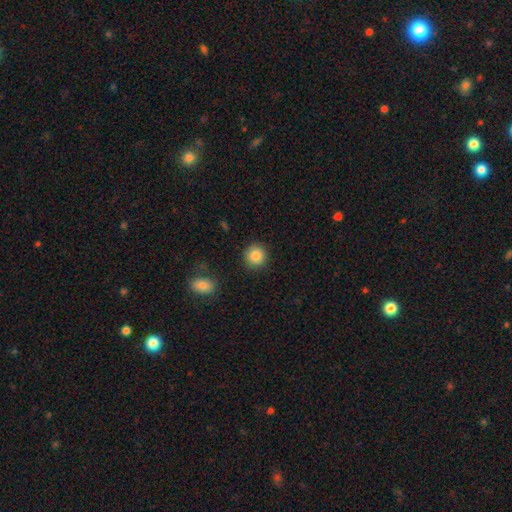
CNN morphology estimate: This is clearly a smooth galaxy (86%). How rounded: clearly round (91%). Merging: clearly none (90%).